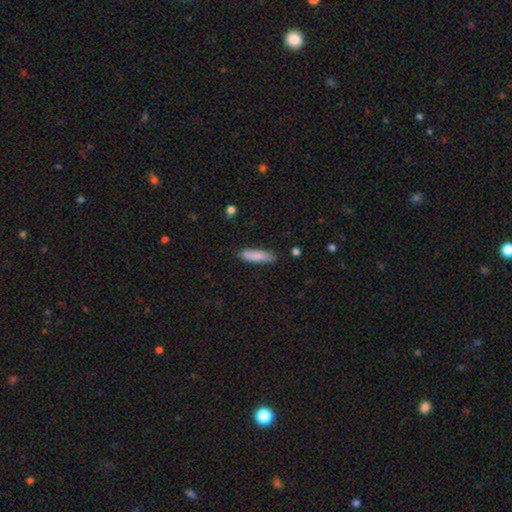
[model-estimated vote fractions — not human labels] smooth-or-featured: smooth: 86% | featured or disk: 9% | star or artifact: 6%
  how-rounded: cigar-shaped: 66% | in between: 33% | round: 1%
  merging: none: 85% | minor disturbance: 12% | major disturbance: 2% | merger: 1%